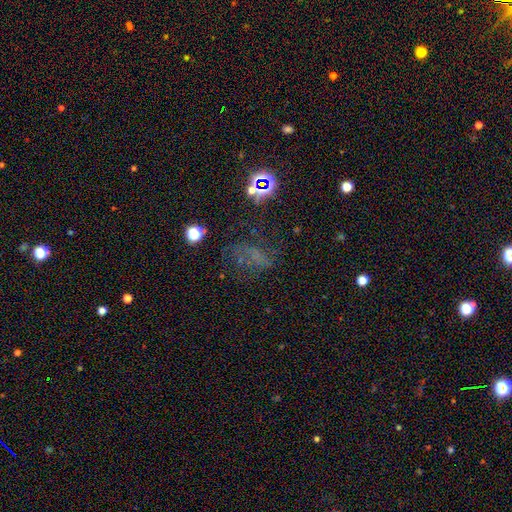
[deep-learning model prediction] This appears to be a star or artifact, not a galaxy (41%).